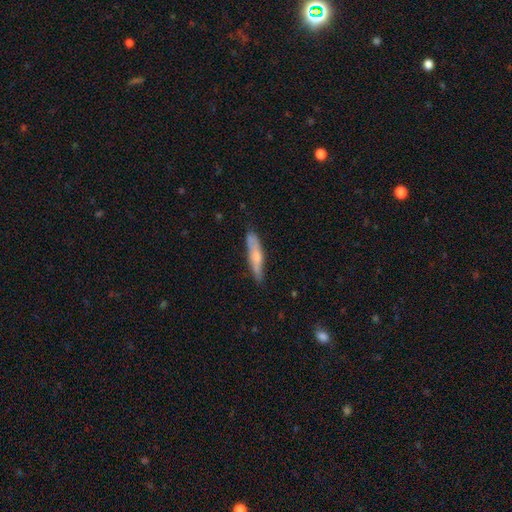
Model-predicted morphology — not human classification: smooth 57%, featured or disk 37%, star or artifact 6%. Down the decision tree: how rounded — cigar-shaped (86%); merging — none (79%).